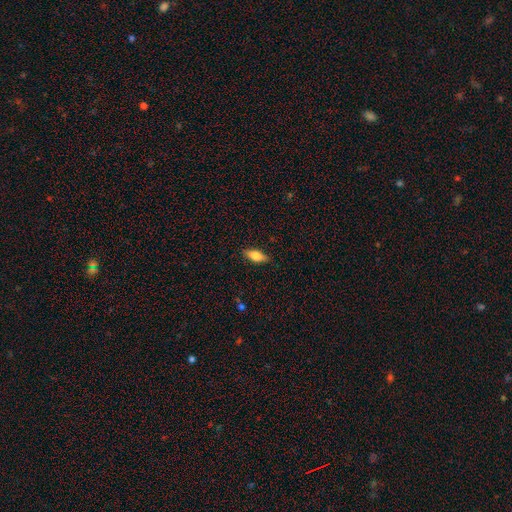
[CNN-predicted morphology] The model was most divided on "how rounded": in between: 68%, cigar-shaped: 29%, round: 3%. More confident: merging — none (87%); smooth or featured — smooth (70%).